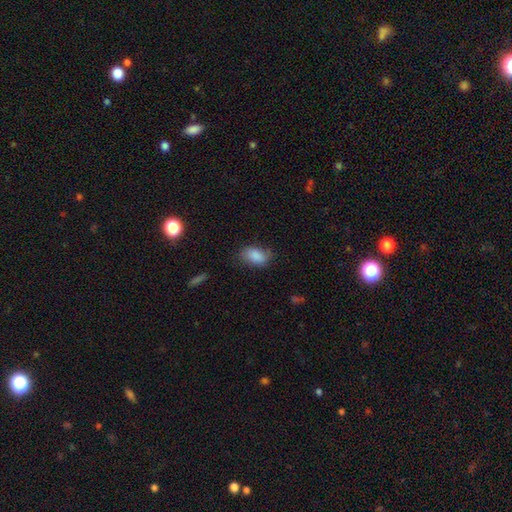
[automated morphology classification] Smooth or featured? smooth (86%)
How rounded? in between (90%)
Merging? none (69%)